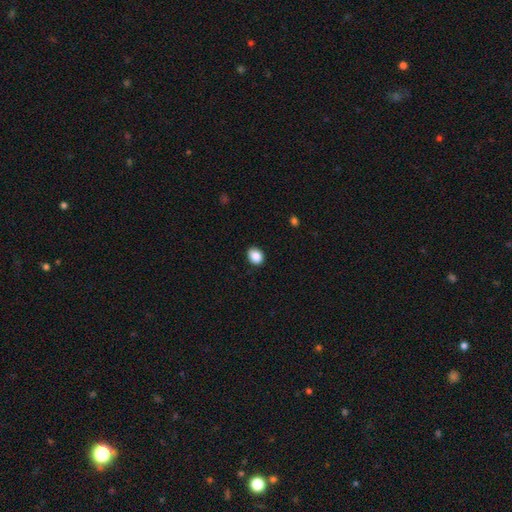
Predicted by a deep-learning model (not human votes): Smooth or featured?
  - smooth: 88% *
  - star or artifact: 9%
  - featured or disk: 3%
How rounded?
  - in between: 50% *
  - round: 49%
  - cigar-shaped: 1%
Merging?
  - none: 87% *
  - minor disturbance: 10%
  - major disturbance: 2%
  - merger: 1%